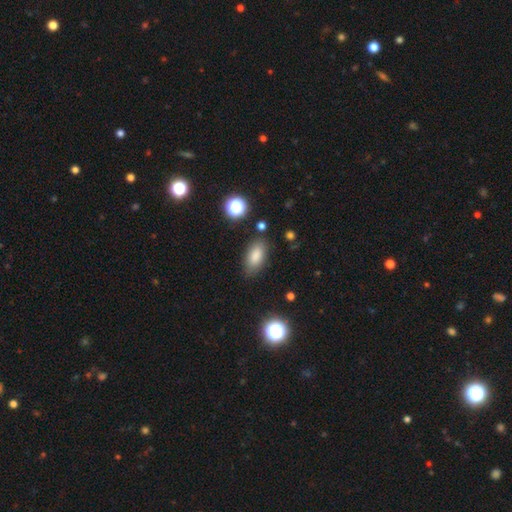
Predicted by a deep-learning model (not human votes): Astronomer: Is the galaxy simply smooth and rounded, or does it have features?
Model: smooth — 83%.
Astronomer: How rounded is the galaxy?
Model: in between — 89%.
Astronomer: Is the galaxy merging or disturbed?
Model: none — 83%.